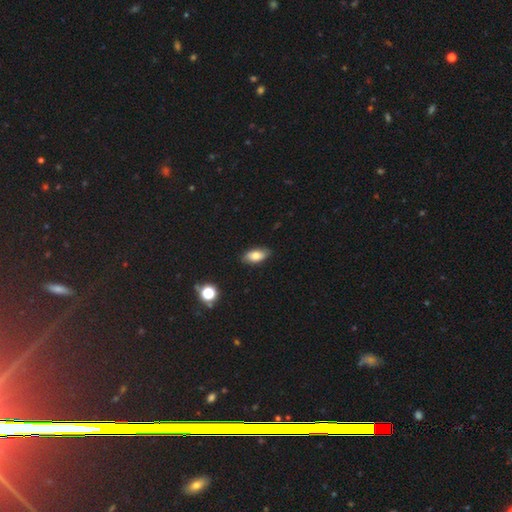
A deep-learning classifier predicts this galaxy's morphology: A smooth galaxy with no disk features (76%) that is in between round and cigar-shaped (89%).

Vote fractions:
- Smooth or featured? smooth: 76% / featured or disk: 15% / star or artifact: 8%
- How rounded? in between: 89% / cigar-shaped: 6% / round: 4%
- Merging? none: 84% / minor disturbance: 12% / major disturbance: 2% / merger: 1%